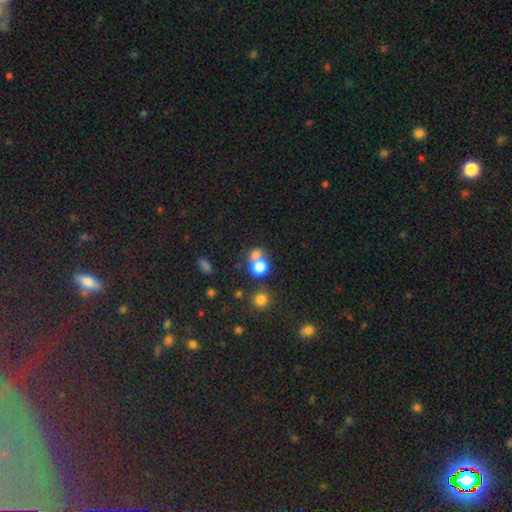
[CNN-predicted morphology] Smooth or featured?
  - smooth: 73% *
  - star or artifact: 14%
  - featured or disk: 14%
How rounded?
  - round: 67% *
  - in between: 32%
  - cigar-shaped: 1%
Merging?
  - merger: 54% *
  - none: 32%
  - minor disturbance: 8%
  - major disturbance: 6%